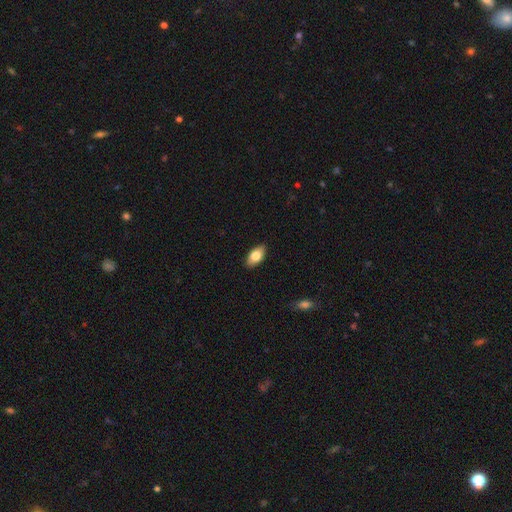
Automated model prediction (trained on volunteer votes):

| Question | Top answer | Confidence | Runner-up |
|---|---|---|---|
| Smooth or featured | smooth | 79% | featured or disk (15%) |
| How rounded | in between | 92% | cigar-shaped (4%) |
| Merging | none | 89% | minor disturbance (8%) |